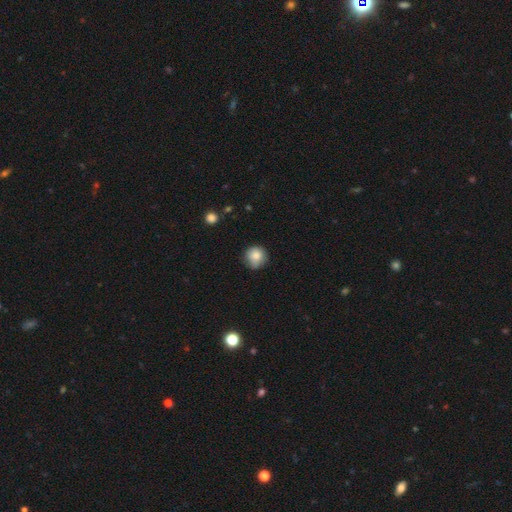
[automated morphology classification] A smooth galaxy with no disk features (83%) that is round (91%).

Vote fractions:
- Smooth or featured? smooth: 83% / star or artifact: 9% / featured or disk: 9%
- How rounded? round: 91% / in between: 8% / cigar-shaped: 1%
- Merging? none: 72% / minor disturbance: 22% / major disturbance: 4% / merger: 2%